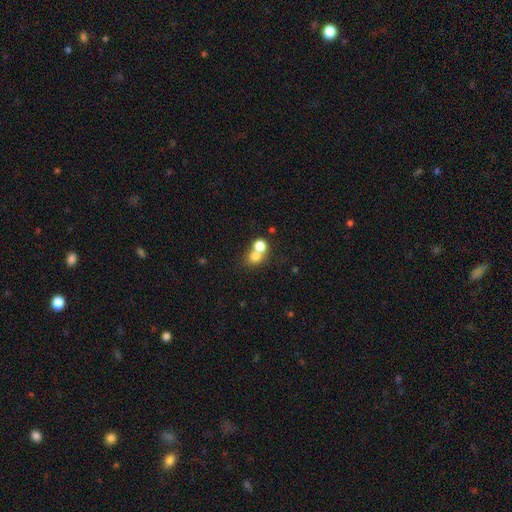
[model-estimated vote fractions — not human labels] This appears to be a smooth galaxy with no disk features (73%) that is round (76%). Merging: merger (54%).